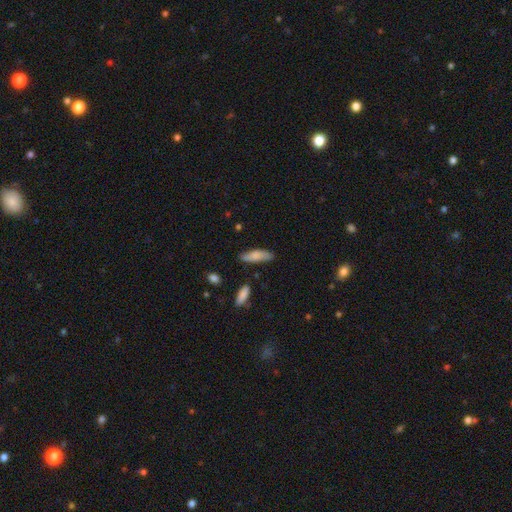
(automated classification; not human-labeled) Q: Smooth or featured?
A: smooth (77%); runner-up: featured or disk (16%)
Q: How rounded?
A: cigar-shaped (51%); runner-up: in between (47%)
Q: Merging?
A: none (79%); runner-up: minor disturbance (15%)